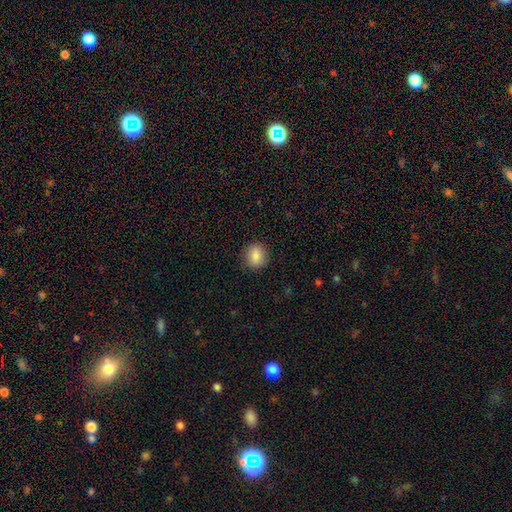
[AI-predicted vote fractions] A smooth galaxy with no disk features (86%) that is round (72%). Merging: none (88%).